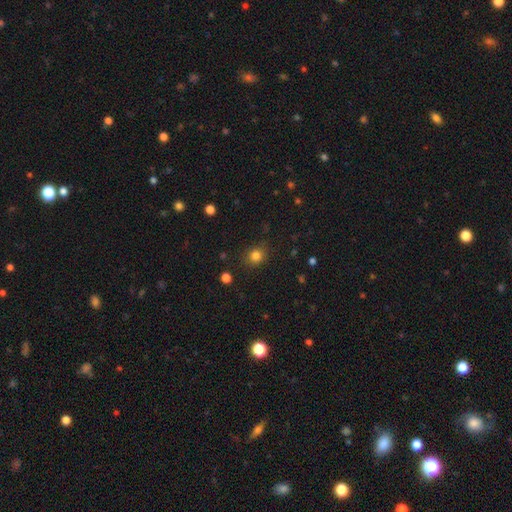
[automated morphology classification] This is clearly a smooth galaxy (81%). How rounded: likely round (78%). Merging: clearly none (86%).